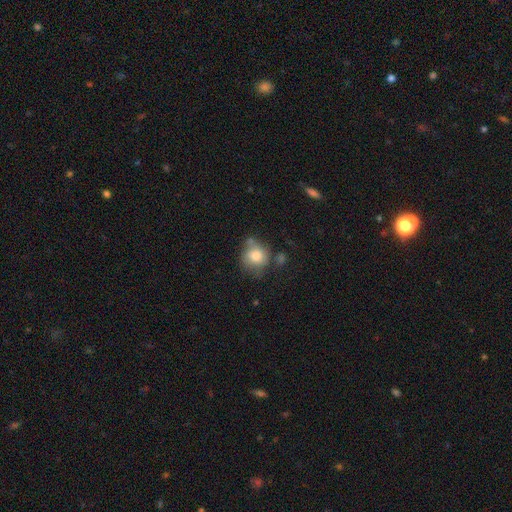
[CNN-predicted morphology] A smooth galaxy with no disk features (76%) that is round (75%). Merging: none (52%).